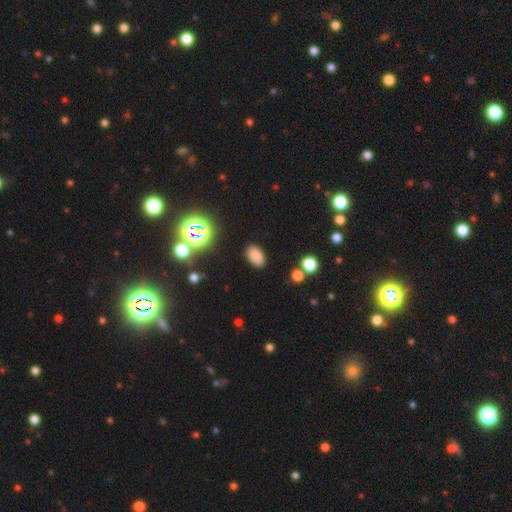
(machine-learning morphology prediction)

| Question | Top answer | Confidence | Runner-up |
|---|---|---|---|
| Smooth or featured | smooth | 78% | star or artifact (16%) |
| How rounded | in between | 91% | round (7%) |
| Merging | none | 87% | minor disturbance (9%) |